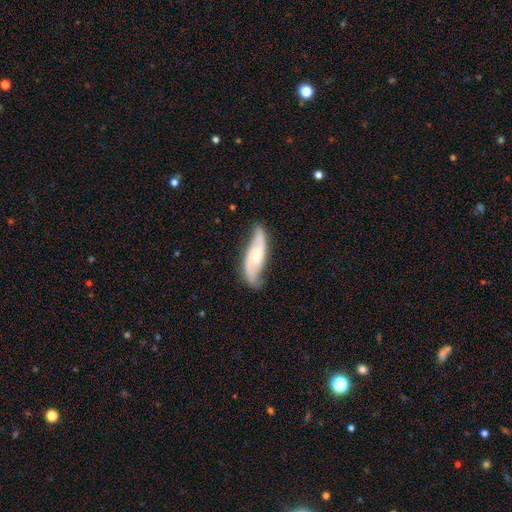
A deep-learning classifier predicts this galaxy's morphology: Smooth or featured? featured or disk (73%)
Edge-on disk? no (87%)
Bar? no (60%)
Spiral arms? yes (93%)
Spiral winding? loose (53%)
Spiral arm count? 2 (89%)
Bulge size? moderate (47%)
Merging? none (73%)